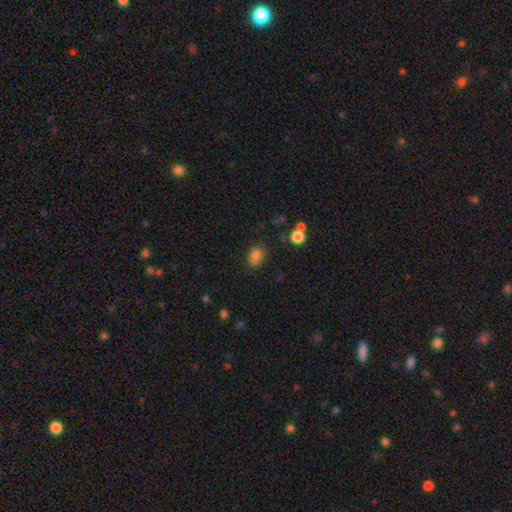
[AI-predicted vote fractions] Smooth or featured?
  - smooth: 81% *
  - star or artifact: 13%
  - featured or disk: 6%
How rounded?
  - in between: 53% *
  - round: 45%
  - cigar-shaped: 1%
Merging?
  - none: 74% *
  - minor disturbance: 17%
  - major disturbance: 5%
  - merger: 4%